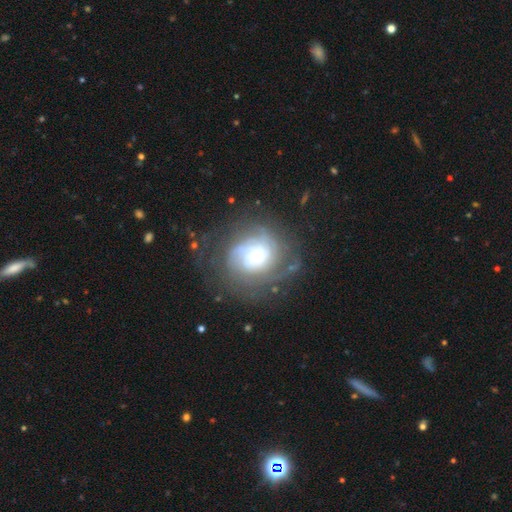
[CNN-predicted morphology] Overall: featured or disk (78%). Edge-on disk: no (97%). Bar: no (80%). Spiral arms: yes (91%). Spiral arm count: can't tell (42%; 2 17%). Spiral winding: tight (63%; medium 26%). Bulge size: small (53%; moderate 31%). Merging: none (63%).